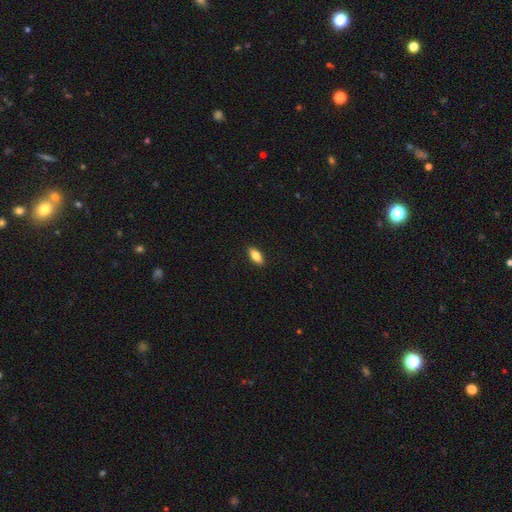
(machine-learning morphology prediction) smooth_or_featured: smooth (p=0.79) [alt: featured or disk p=0.14]
how_rounded: in between (p=0.82) [alt: cigar-shaped p=0.15]
merging: none (p=0.90) [alt: minor disturbance p=0.08]